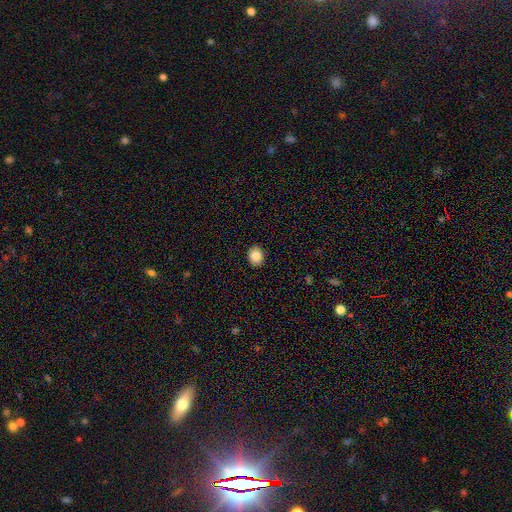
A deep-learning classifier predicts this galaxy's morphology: smooth_or_featured: smooth (p=0.86) [alt: star or artifact p=0.09]
how_rounded: round (p=0.57) [alt: in between p=0.42]
merging: none (p=0.90) [alt: minor disturbance p=0.08]